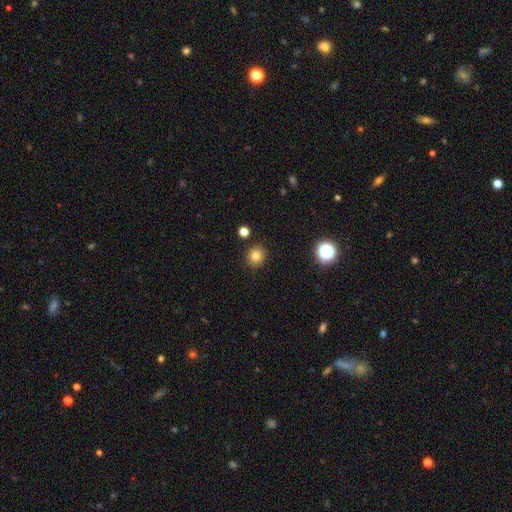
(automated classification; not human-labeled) A smooth galaxy with no disk features (81%) that is round (88%).

Vote fractions:
- Smooth or featured? smooth: 81% / star or artifact: 13% / featured or disk: 6%
- How rounded? round: 88% / in between: 11% / cigar-shaped: 1%
- Merging? none: 89% / minor disturbance: 6% / merger: 3% / major disturbance: 2%